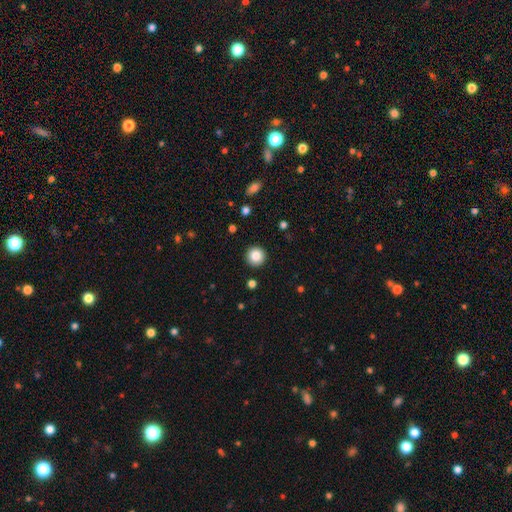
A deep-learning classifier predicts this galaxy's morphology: smooth-or-featured: smooth: 86% | star or artifact: 9% | featured or disk: 5%
  how-rounded: round: 95% | in between: 4% | cigar-shaped: 1%
  merging: none: 92% | minor disturbance: 5% | major disturbance: 2% | merger: 1%